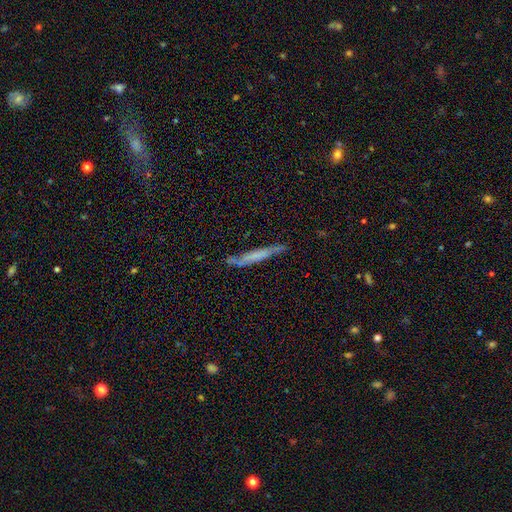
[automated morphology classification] Smooth or featured? smooth (47%)
Merging? none (74%)